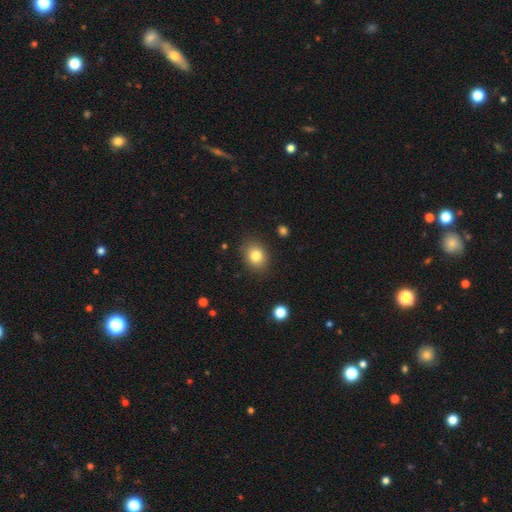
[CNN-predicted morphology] Smooth or featured? Predicted: smooth (p=0.82). How rounded? Predicted: in between (p=0.52). Merging? Predicted: none (p=0.86).